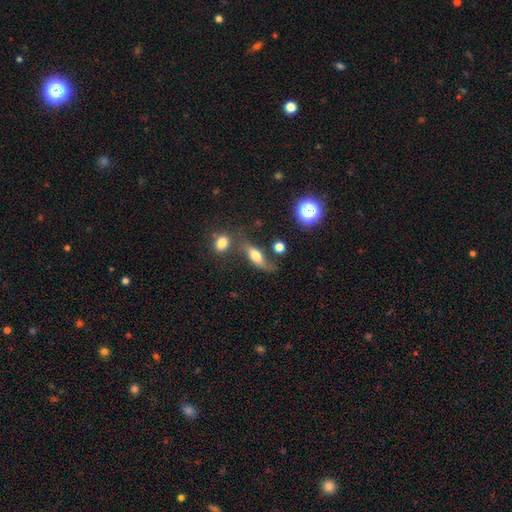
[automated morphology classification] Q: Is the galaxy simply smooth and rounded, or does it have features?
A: smooth — 49%.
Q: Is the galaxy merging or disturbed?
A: none — 49%.